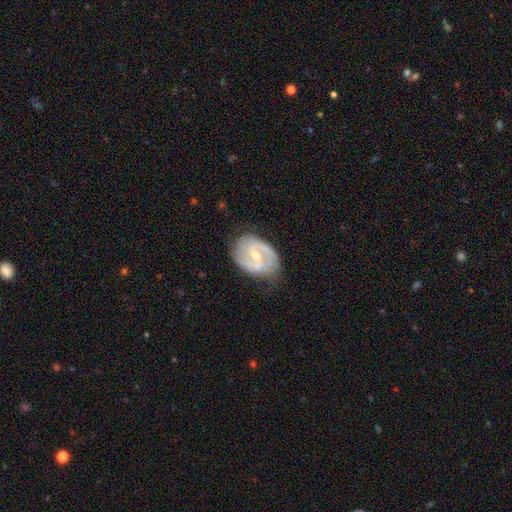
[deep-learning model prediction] The model was most divided on "bulge size": small: 53%, moderate: 44%, none: 1%, large: 1%, dominant: 1%. More confident: edge-on disk — no (97%); spiral arms — yes (95%); spiral arm count — 2 (86%); smooth or featured — featured or disk (85%); merging — none (74%); bar — weak (51%); spiral winding — medium (51%).